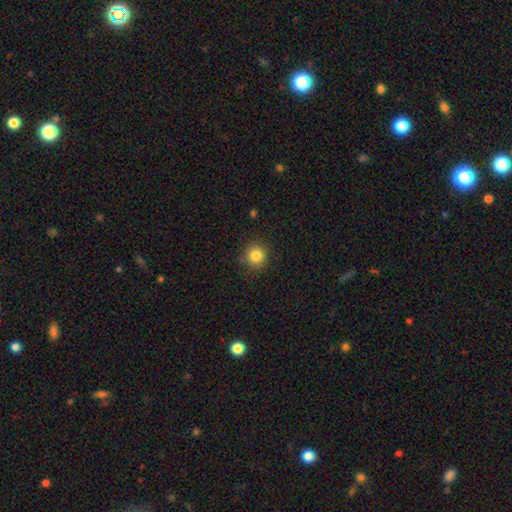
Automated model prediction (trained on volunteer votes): This is clearly a smooth galaxy (83%). How rounded: clearly round (91%). Merging: clearly none (87%).